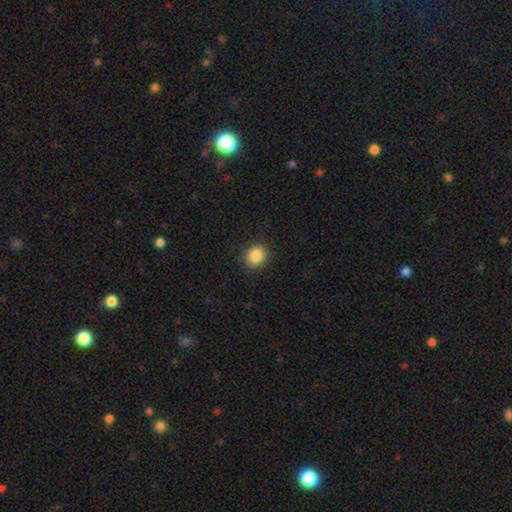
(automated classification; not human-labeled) Smooth or featured? Predicted: smooth (p=0.86). How rounded? Predicted: round (p=0.81). Merging? Predicted: none (p=0.90).